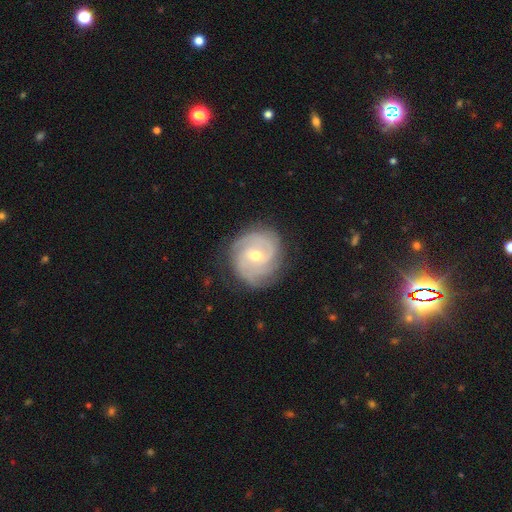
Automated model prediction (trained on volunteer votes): smooth-or-featured: featured or disk: 85% | smooth: 9% | star or artifact: 5%
  disk-edge-on: no: 98% | yes: 2%
    bar: weak: 51% | no: 35% | strong: 14%
    has-spiral-arms: yes: 96% | no: 4%
      spiral-winding: tight: 62% | medium: 31% | loose: 7%
      spiral-arm-count: 3: 31% | 2: 30% | can't tell: 21% | 4: 8% | 1: 5% | more than 4: 5%
    bulge-size: moderate: 62% | small: 34% | large: 2% | none: 1% | dominant: 1%
  merging: none: 80% | minor disturbance: 15% | major disturbance: 5% | merger: 1%